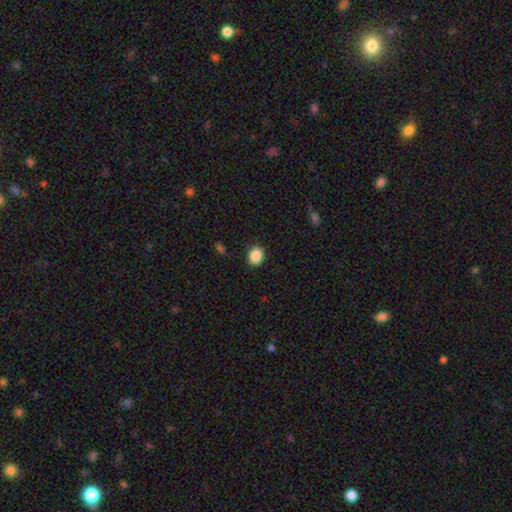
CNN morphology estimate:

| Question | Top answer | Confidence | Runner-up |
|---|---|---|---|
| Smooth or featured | smooth | 88% | star or artifact (8%) |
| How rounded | round | 53% | in between (46%) |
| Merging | none | 89% | minor disturbance (8%) |